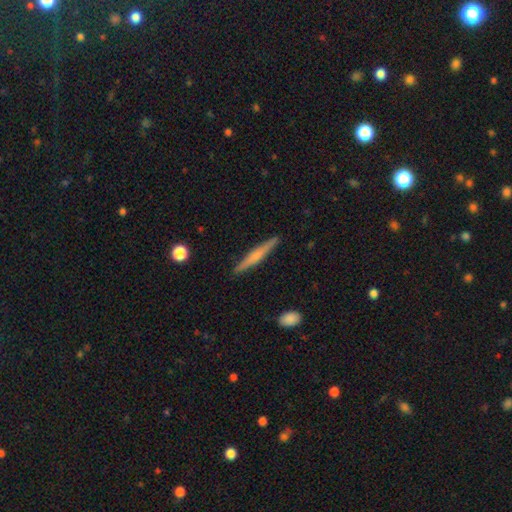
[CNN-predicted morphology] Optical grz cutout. It shows a featured or disk galaxy (48%). Merging: none (91%).